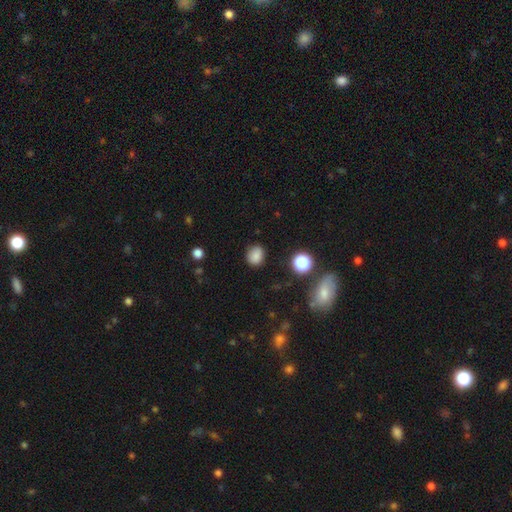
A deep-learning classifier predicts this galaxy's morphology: Smooth or featured?
  - smooth: 82% *
  - star or artifact: 13%
  - featured or disk: 5%
How rounded?
  - round: 59% *
  - in between: 40%
  - cigar-shaped: 1%
Merging?
  - none: 81% *
  - minor disturbance: 13%
  - major disturbance: 3%
  - merger: 2%